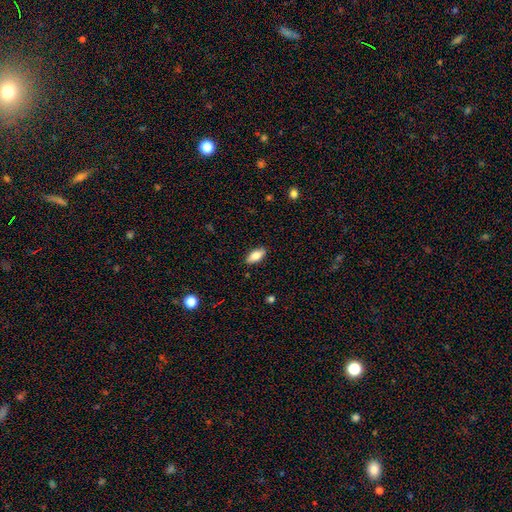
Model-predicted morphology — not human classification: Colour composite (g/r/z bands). It shows a smooth galaxy with no disk features (81%) that is in between round and cigar-shaped (86%). Merging: none (88%).